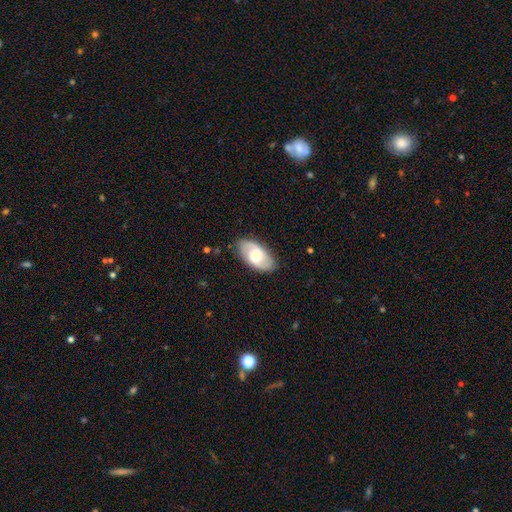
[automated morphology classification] Smooth or featured? Predicted: featured or disk (p=0.58). Edge-on disk? Predicted: no (p=0.93). Bar? Predicted: no (p=0.51). Spiral arms? Predicted: yes (p=0.84). Bulge size? Predicted: moderate (p=0.59). Merging? Predicted: none (p=0.83).